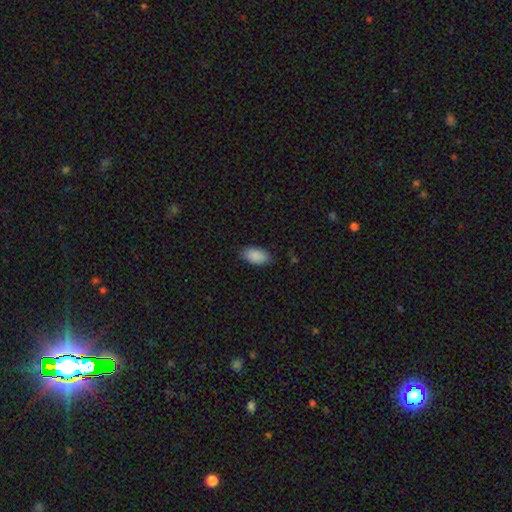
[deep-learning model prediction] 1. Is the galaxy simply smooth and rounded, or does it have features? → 90% smooth, 6% star or artifact, 3% featured or disk.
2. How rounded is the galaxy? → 95% in between, 3% round, 2% cigar-shaped.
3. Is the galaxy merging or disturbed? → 84% none, 12% minor disturbance, 2% major disturbance, 1% merger.